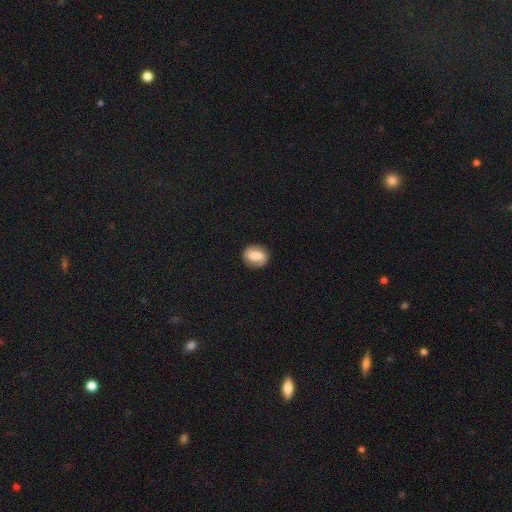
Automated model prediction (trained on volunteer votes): This is possibly a featured or disk galaxy (49%). Merging: clearly none (84%).